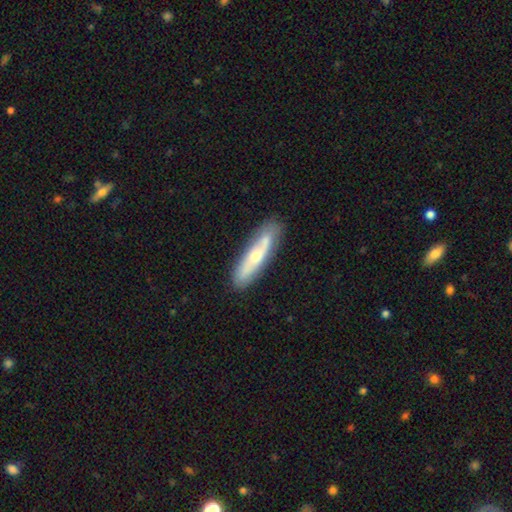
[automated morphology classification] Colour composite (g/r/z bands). It shows a featured or disk galaxy (52%) viewed edge-on (53%). Merging: none (79%).